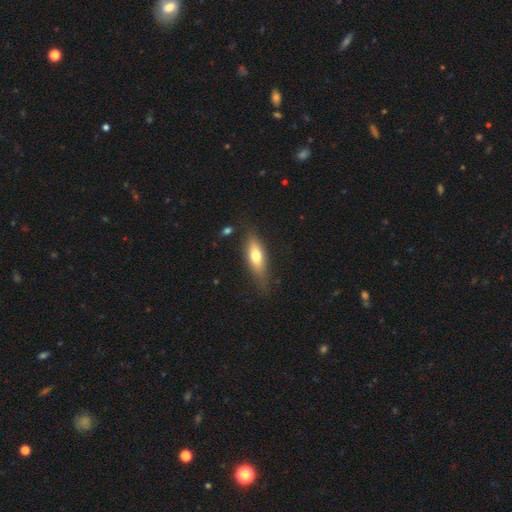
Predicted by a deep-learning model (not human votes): Smooth or featured? Predicted: smooth (p=0.65). How rounded? Predicted: in between (p=0.59). Merging? Predicted: none (p=0.74).